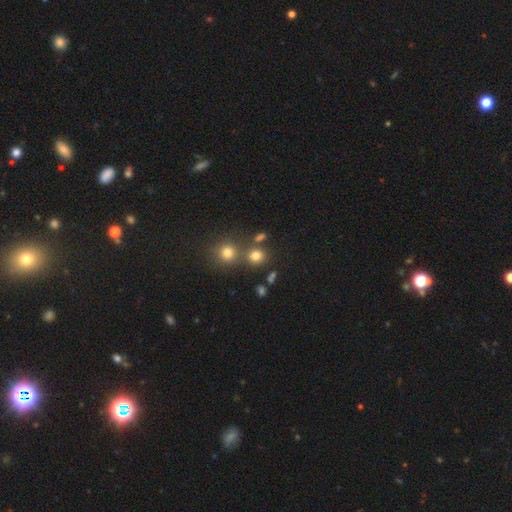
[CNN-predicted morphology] Smooth or featured? smooth (77%)
How rounded? round (83%)
Merging? none (67%)